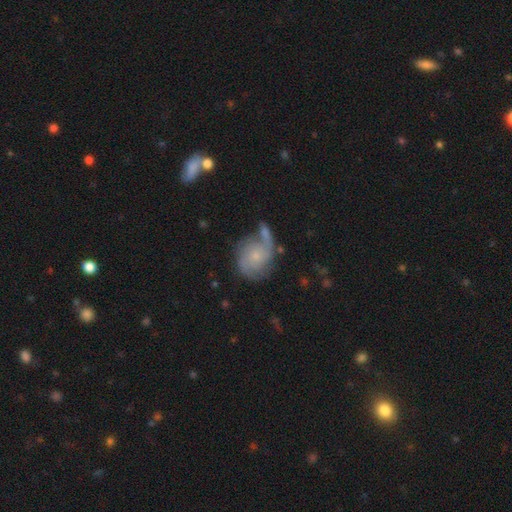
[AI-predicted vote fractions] featured or disk 69%, smooth 23%, star or artifact 7%. Down the decision tree: edge-on disk — no (97%); bar — no (77%); spiral arms — yes (90%); spiral arm count — 2 (56%); spiral winding — medium (41%); bulge size — small (74%); merging — none (46%).